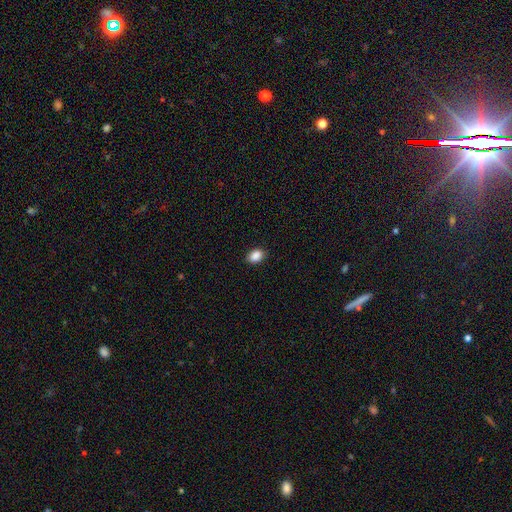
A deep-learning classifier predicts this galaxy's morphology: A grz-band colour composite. It shows a smooth galaxy with no disk features (89%) that is in between round and cigar-shaped (77%). Merging: none (89%).